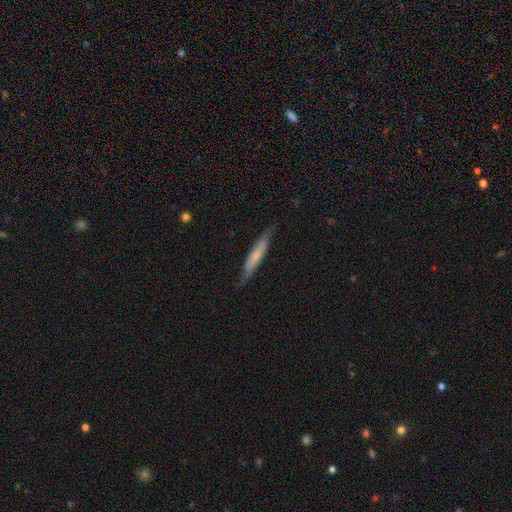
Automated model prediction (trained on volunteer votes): Q: Smooth or featured?
A: smooth (61%); runner-up: featured or disk (34%)
Q: How rounded?
A: cigar-shaped (93%); runner-up: in between (6%)
Q: Merging?
A: none (83%); runner-up: minor disturbance (14%)